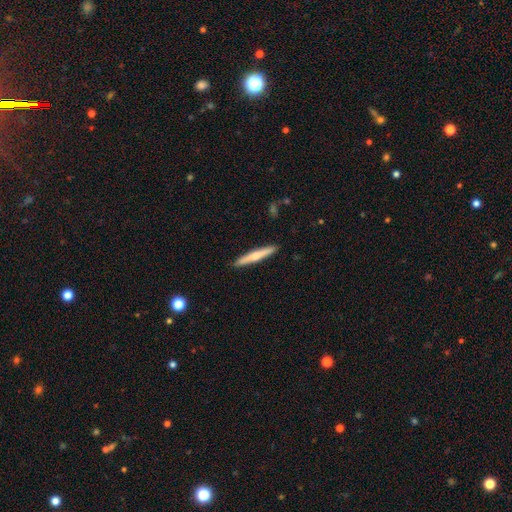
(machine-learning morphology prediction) smooth_or_featured: smooth (p=0.51) [alt: featured or disk p=0.44]
how_rounded: cigar-shaped (p=0.95) [alt: in between p=0.04]
merging: none (p=0.92) [alt: minor disturbance p=0.06]